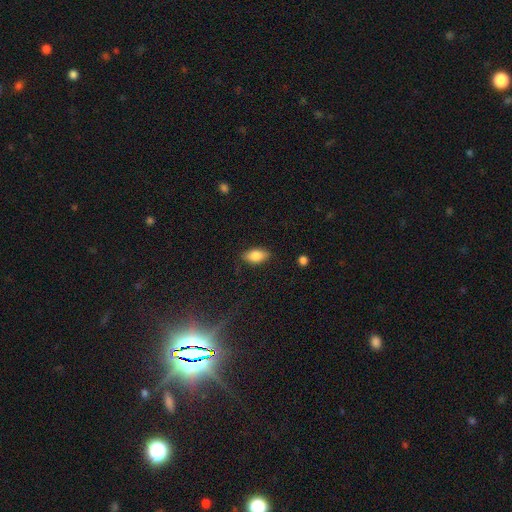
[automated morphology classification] The model was most divided on "merging": none: 84%, minor disturbance: 12%, major disturbance: 3%, merger: 1%. More confident: how rounded — in between (91%); smooth or featured — smooth (83%).